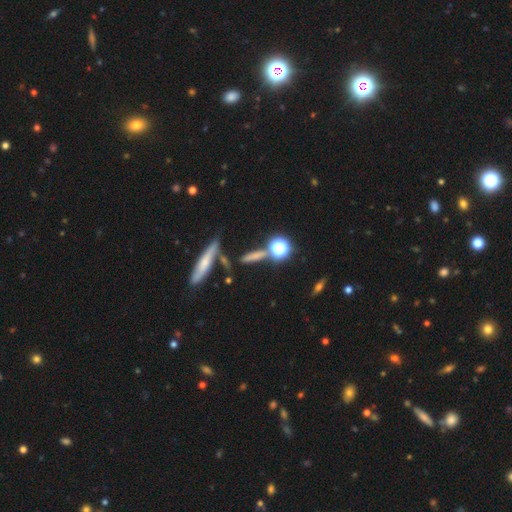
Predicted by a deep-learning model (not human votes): Smooth or featured?
  - smooth: 57% *
  - featured or disk: 21%
  - star or artifact: 21%
How rounded?
  - cigar-shaped: 65% *
  - in between: 19%
  - round: 16%
Merging?
  - none: 66% *
  - merger: 16%
  - minor disturbance: 12%
  - major disturbance: 5%